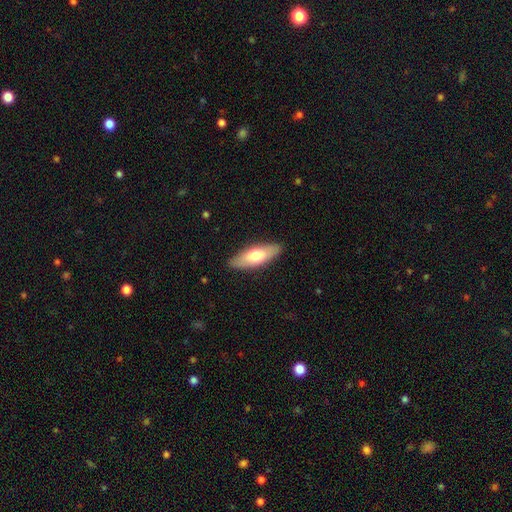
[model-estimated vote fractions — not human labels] smooth 65%, featured or disk 30%, star or artifact 5%. Down the decision tree: how rounded — in between (59%); merging — none (88%).